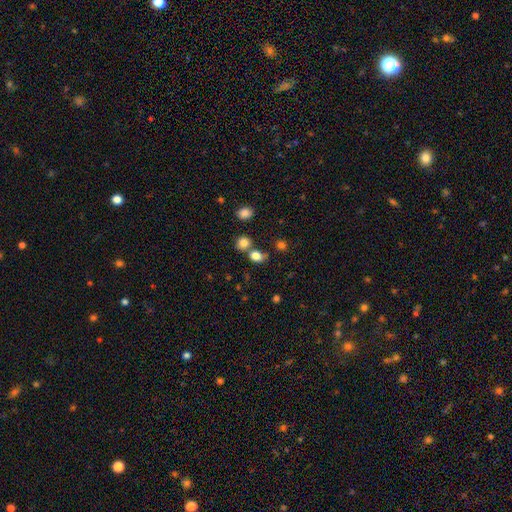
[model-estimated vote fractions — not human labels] A smooth galaxy with no disk features (81%) that is round (53%). Merging: none (53%).